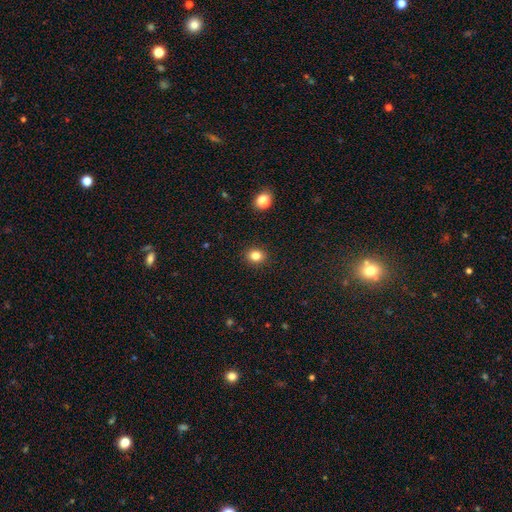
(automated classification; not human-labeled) Smooth or featured? smooth (83%)
How rounded? round (63%)
Merging? none (90%)